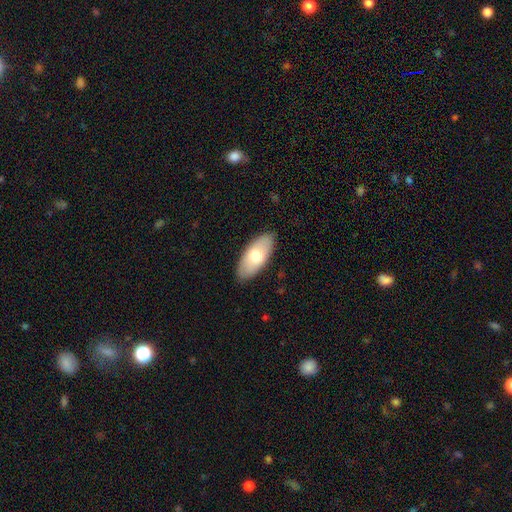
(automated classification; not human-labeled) This appears to be a smooth galaxy with no disk features (70%) that is in between round and cigar-shaped (88%). Merging: none (87%).